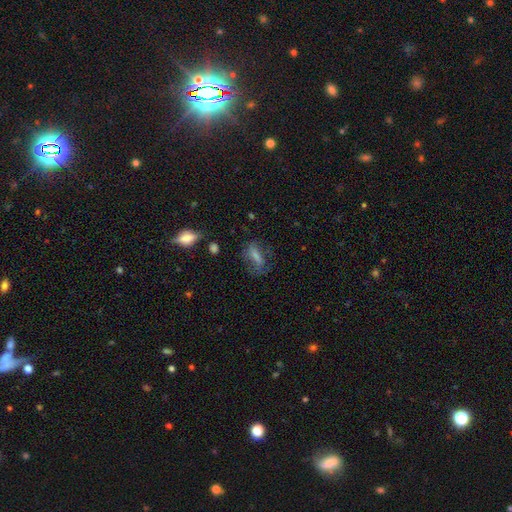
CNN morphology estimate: A smooth galaxy with no disk features (43%). Merging: none (60%).